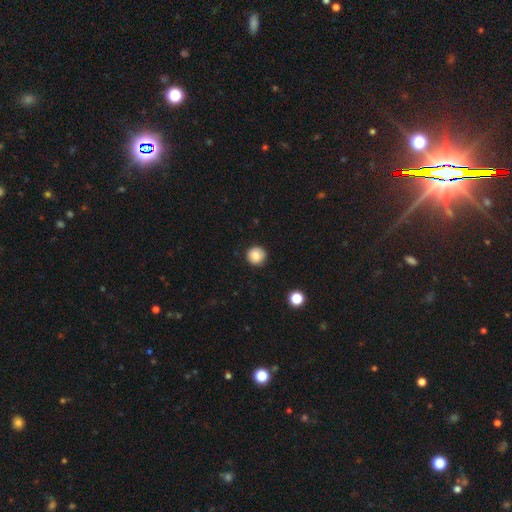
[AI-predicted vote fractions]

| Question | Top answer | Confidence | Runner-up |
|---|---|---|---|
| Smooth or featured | smooth | 84% | star or artifact (9%) |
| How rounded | round | 95% | in between (4%) |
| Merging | none | 91% | minor disturbance (7%) |